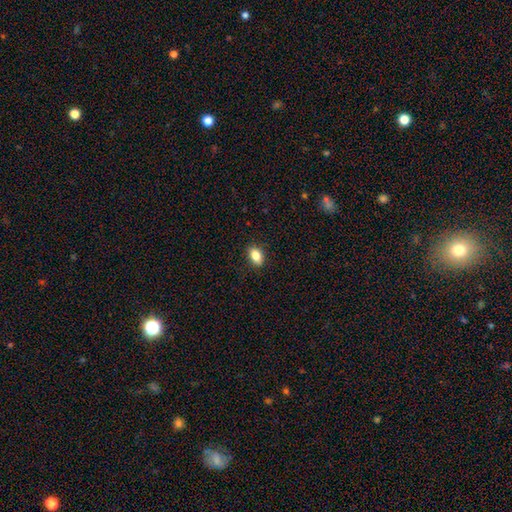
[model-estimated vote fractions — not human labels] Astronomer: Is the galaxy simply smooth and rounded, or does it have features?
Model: smooth — 83%.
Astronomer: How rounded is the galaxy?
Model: in between — 85%.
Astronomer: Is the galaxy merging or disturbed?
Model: none — 87%.